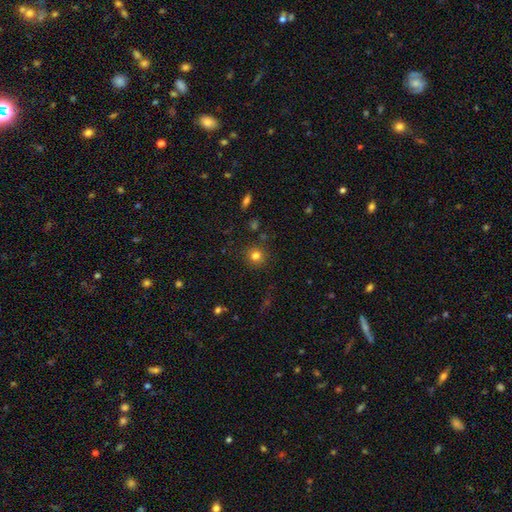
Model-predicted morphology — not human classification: The model was most divided on "smooth or featured": smooth: 80%, star or artifact: 14%, featured or disk: 7%. More confident: how rounded — round (93%); merging — none (89%).